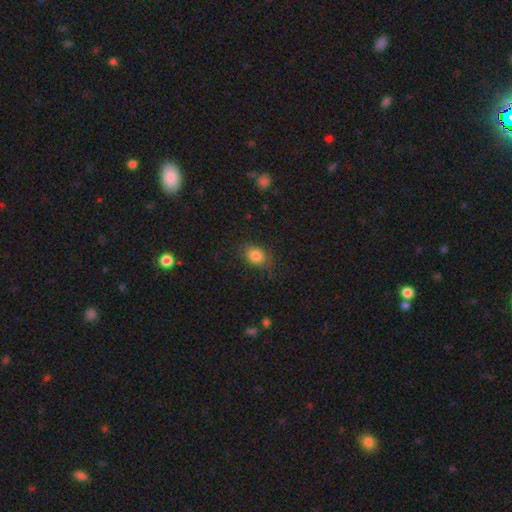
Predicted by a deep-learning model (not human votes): Smooth or featured?
  - smooth: 82% *
  - star or artifact: 10%
  - featured or disk: 9%
How rounded?
  - in between: 67% *
  - round: 32%
  - cigar-shaped: 1%
Merging?
  - none: 76% *
  - minor disturbance: 17%
  - major disturbance: 6%
  - merger: 1%